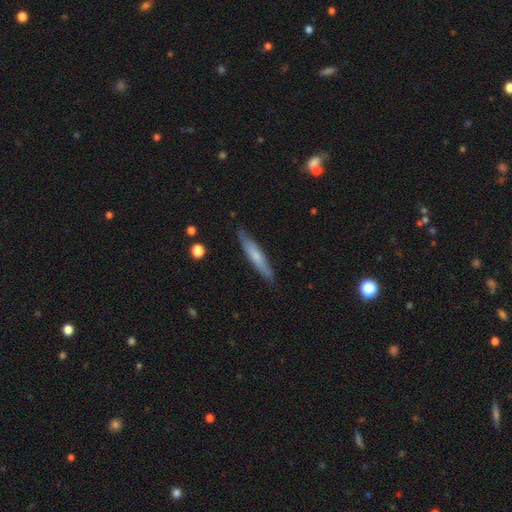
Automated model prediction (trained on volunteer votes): smooth-or-featured: smooth: 56% | featured or disk: 38% | star or artifact: 6%
  how-rounded: cigar-shaped: 92% | in between: 7% | round: 1%
  merging: none: 85% | minor disturbance: 11% | major disturbance: 2% | merger: 1%